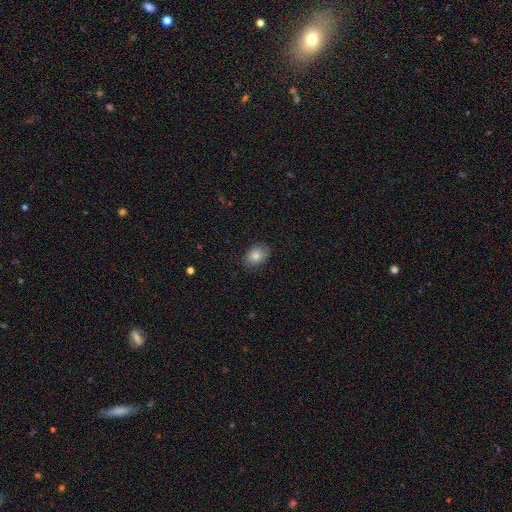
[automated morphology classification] type=smooth (82%); roundness=in between (75%); merging=none (80%).